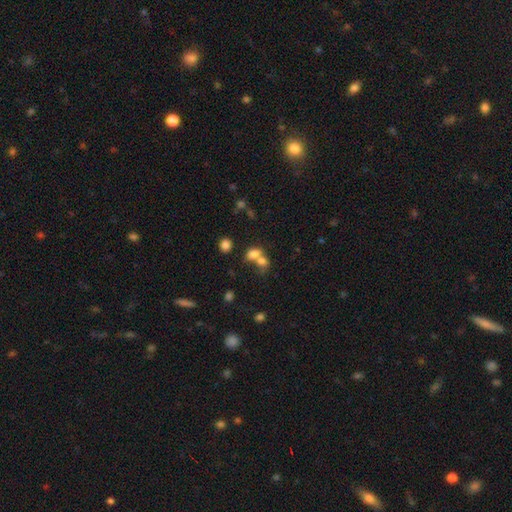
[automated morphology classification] smooth-or-featured: smooth: 74% | star or artifact: 13% | featured or disk: 13%
  how-rounded: in between: 59% | round: 39% | cigar-shaped: 2%
  merging: merger: 60% | none: 27% | minor disturbance: 7% | major disturbance: 5%